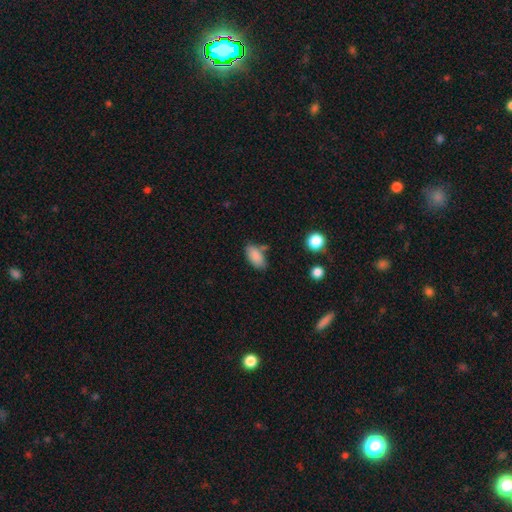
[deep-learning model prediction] Smooth or featured? Predicted: smooth (p=0.86). How rounded? Predicted: in between (p=0.90). Merging? Predicted: none (p=0.71).